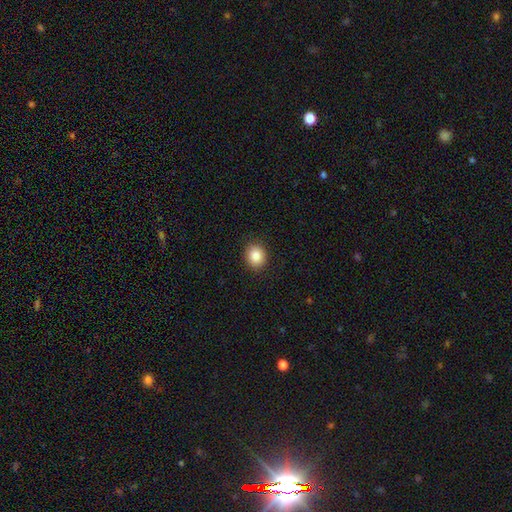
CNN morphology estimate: This appears to be a smooth galaxy with no disk features (87%) that is round (70%). Merging: none (90%).